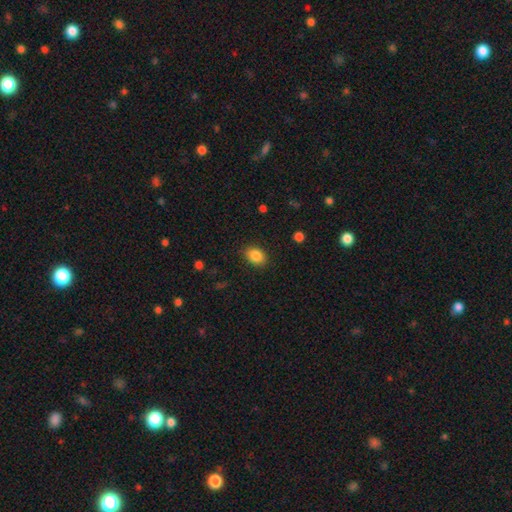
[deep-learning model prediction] Smooth or featured?
  - smooth: 86% *
  - star or artifact: 9%
  - featured or disk: 5%
How rounded?
  - in between: 74% *
  - round: 25%
  - cigar-shaped: 1%
Merging?
  - none: 87% *
  - minor disturbance: 10%
  - major disturbance: 3%
  - merger: 1%